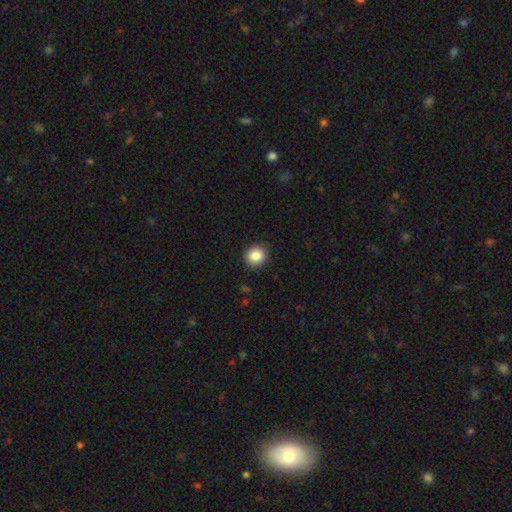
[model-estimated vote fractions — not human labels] smooth_or_featured: smooth (p=0.86) [alt: star or artifact p=0.09]
how_rounded: round (p=0.85) [alt: in between p=0.15]
merging: none (p=0.90) [alt: minor disturbance p=0.07]